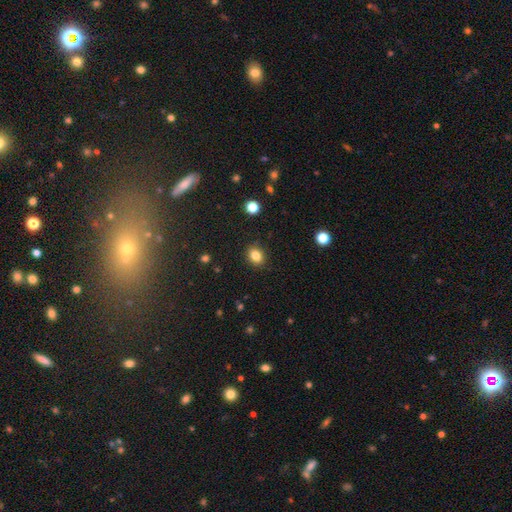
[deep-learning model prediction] This is clearly a smooth galaxy (84%). How rounded: possibly round (50%). Merging: clearly none (89%).